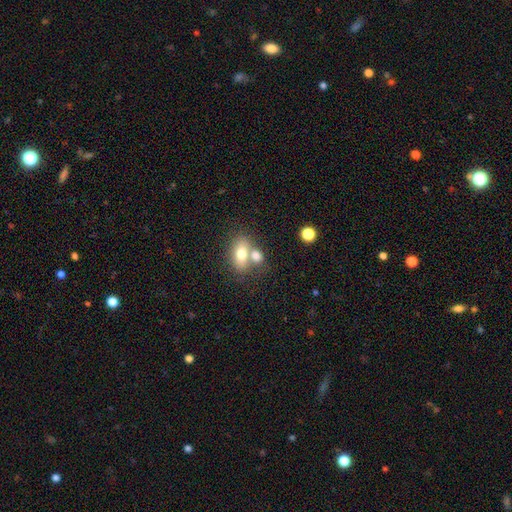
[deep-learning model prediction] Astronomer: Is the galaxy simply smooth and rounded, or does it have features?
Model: smooth — 73%.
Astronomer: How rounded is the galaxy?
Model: in between — 76%.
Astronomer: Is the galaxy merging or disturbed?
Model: merger — 47% (runner-up: none, 39%).